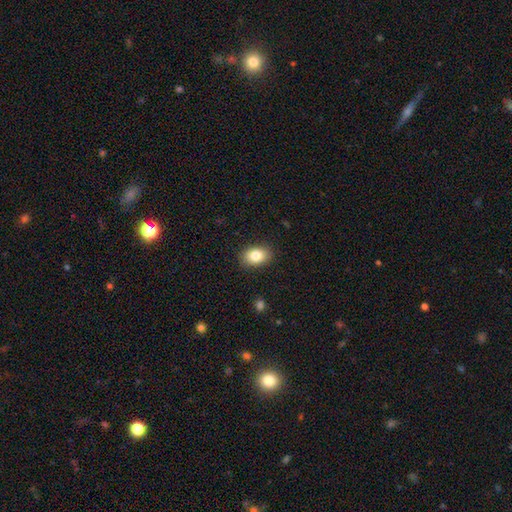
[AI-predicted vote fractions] This is clearly a smooth galaxy (84%). How rounded: clearly in between (83%). Merging: clearly none (88%).